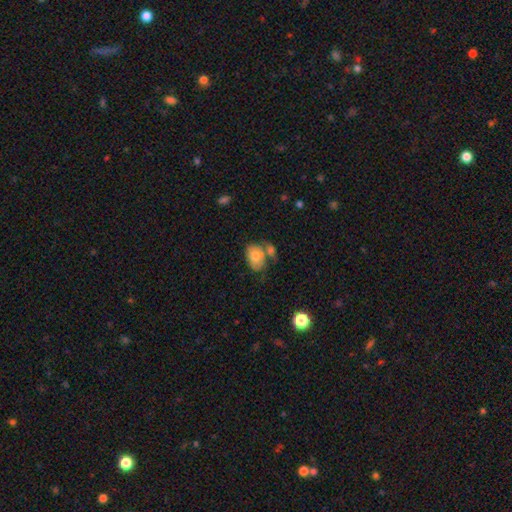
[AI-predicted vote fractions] Overall: smooth (73%). How rounded: in between (75%). Merging: none (36%; merger 34%).